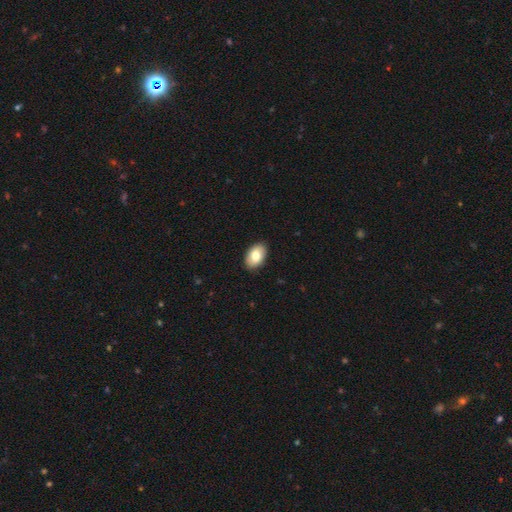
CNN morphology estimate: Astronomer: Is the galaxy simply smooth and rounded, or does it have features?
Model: smooth — 80%.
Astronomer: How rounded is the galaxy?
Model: in between — 90%.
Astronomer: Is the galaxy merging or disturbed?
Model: none — 90%.